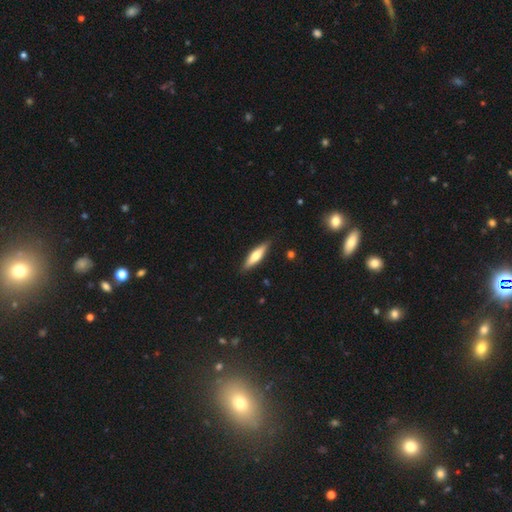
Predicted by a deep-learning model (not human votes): Overall: smooth (57%; featured or disk 37%). How rounded: cigar-shaped (72%). Merging: none (88%).